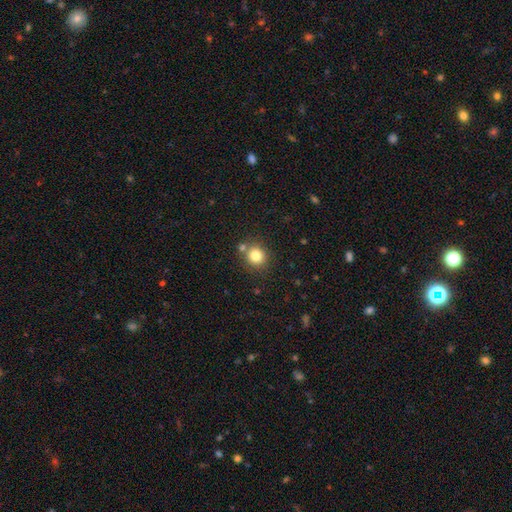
Smooth or featured?
  - smooth: 90% *
  - featured or disk: 5%
  - star or artifact: 5%
How rounded?
  - round: 94% *
  - in between: 6%
  - cigar-shaped: 0%
Merging?
  - none: 84% *
  - merger: 11%
  - minor disturbance: 5%
  - major disturbance: 0%